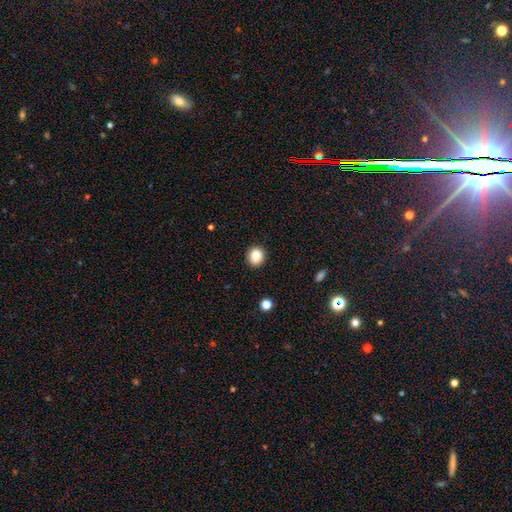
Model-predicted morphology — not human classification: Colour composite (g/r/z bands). It shows a smooth galaxy with no disk features (86%) that is round (79%). Merging: none (91%).